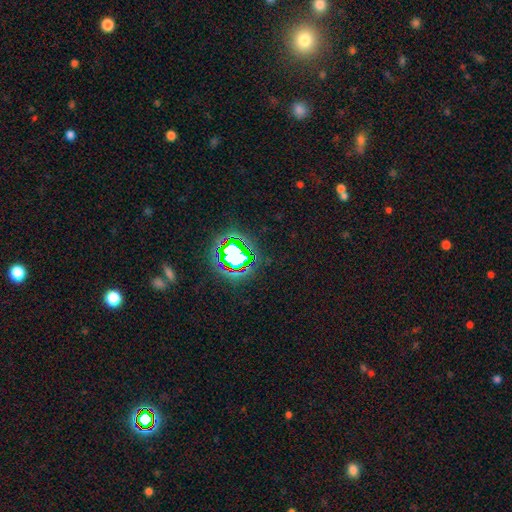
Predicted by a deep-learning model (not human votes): This is clearly a star or artifact rather than a galaxy (81%).